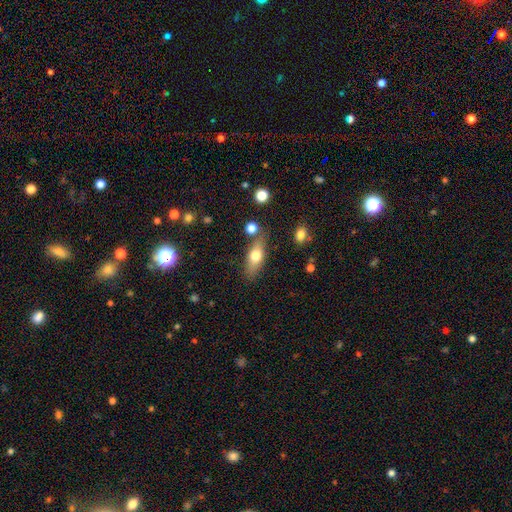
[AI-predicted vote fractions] Overall: smooth (67%). How rounded: in between (69%). Merging: none (73%).